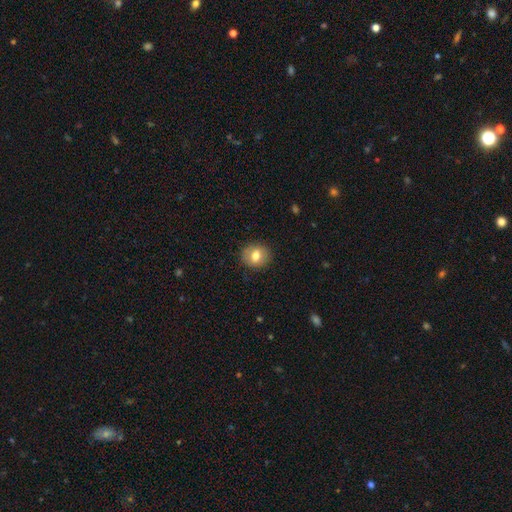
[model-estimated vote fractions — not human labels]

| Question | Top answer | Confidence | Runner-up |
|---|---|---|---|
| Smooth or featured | smooth | 75% | featured or disk (17%) |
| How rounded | round | 78% | in between (21%) |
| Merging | none | 89% | minor disturbance (8%) |